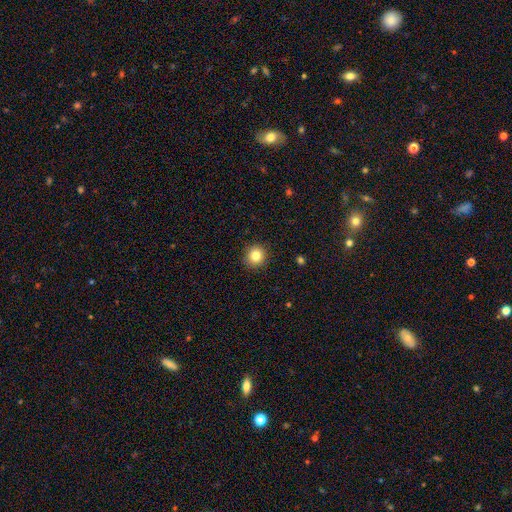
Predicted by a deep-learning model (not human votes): smooth-or-featured: smooth: 83% | star or artifact: 11% | featured or disk: 6%
  how-rounded: round: 92% | in between: 8% | cigar-shaped: 1%
  merging: none: 91% | minor disturbance: 6% | major disturbance: 2% | merger: 1%